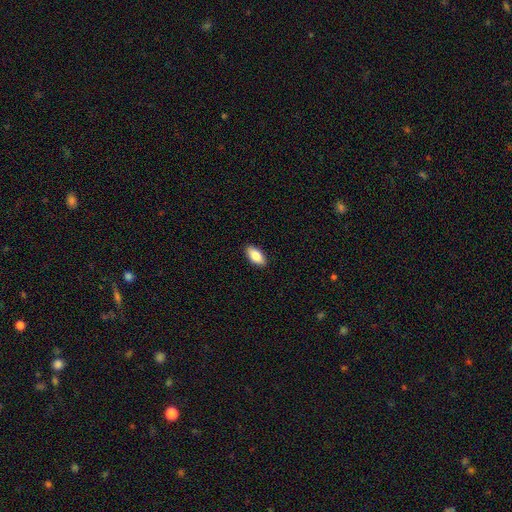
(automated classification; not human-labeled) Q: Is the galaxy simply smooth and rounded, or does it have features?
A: smooth — 84%.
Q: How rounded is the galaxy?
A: in between — 92%.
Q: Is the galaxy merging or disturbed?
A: none — 90%.